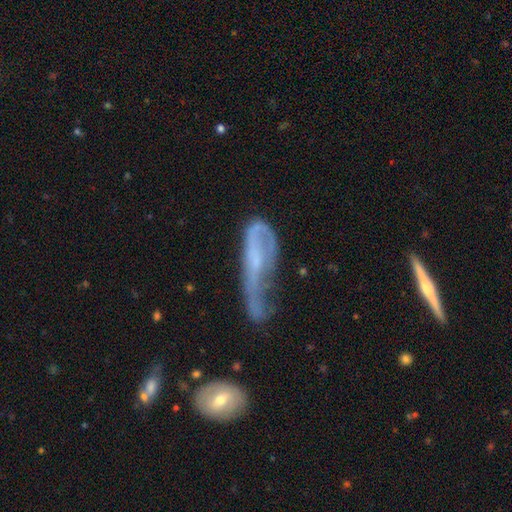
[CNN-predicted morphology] This appears to be a featured or disk galaxy (58%). Merging: major disturbance (51%).